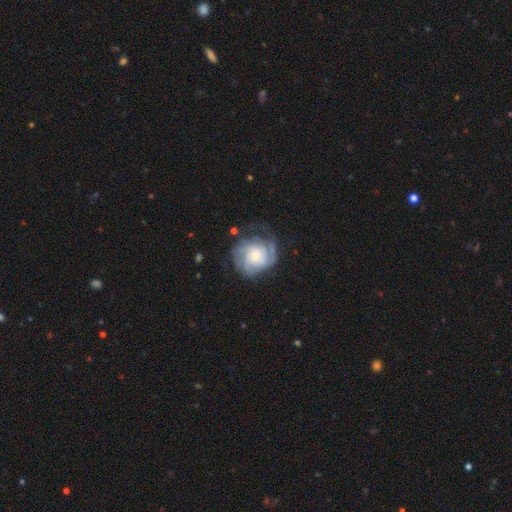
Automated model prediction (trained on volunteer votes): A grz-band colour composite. It shows a featured or disk galaxy (64%) with no bar (78%), tight (53%) spiral arms (82%) and a moderate central bulge (41%). Merging: none (53%).